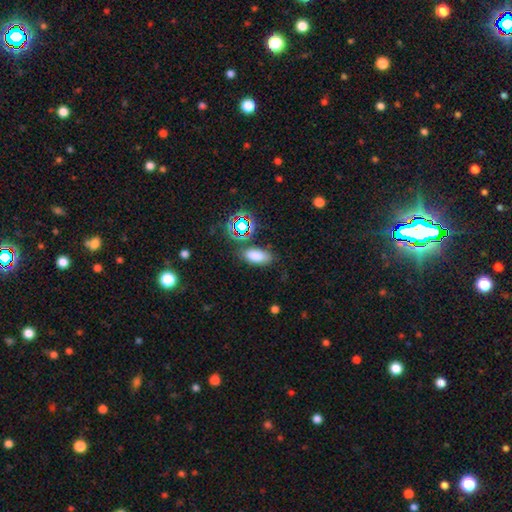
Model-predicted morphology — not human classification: This appears to be a smooth galaxy with no disk features (76%) that is in between round and cigar-shaped (84%). Merging: none (77%).